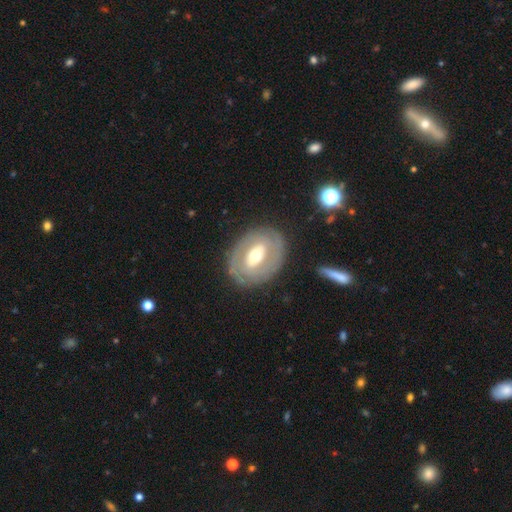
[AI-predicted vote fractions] This is likely a featured or disk galaxy (69%). It is clearly not viewed edge-on (94%). Bar: marginally weak (38%). Spiral arm pattern: possibly no (53%). Central bulge: likely moderate (68%). Merging: clearly none (81%).